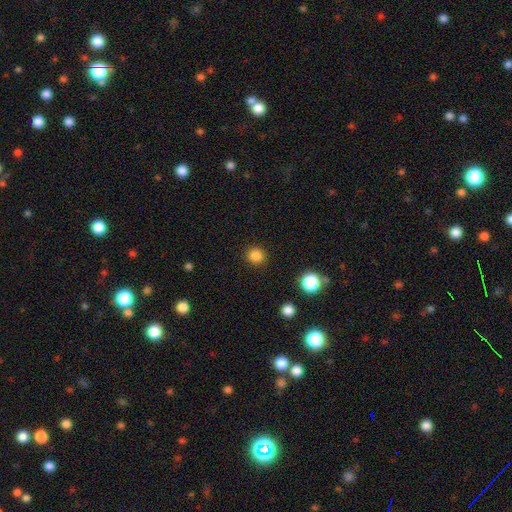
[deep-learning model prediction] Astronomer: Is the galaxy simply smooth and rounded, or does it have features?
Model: smooth — 84%.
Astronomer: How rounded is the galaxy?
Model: round — 88%.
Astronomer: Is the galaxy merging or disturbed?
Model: none — 90%.